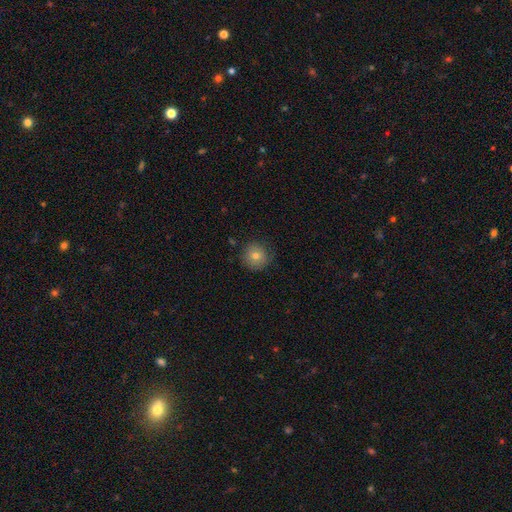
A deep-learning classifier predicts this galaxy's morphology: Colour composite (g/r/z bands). It shows a smooth galaxy with no disk features (76%) that is round (94%). Merging: none (83%).